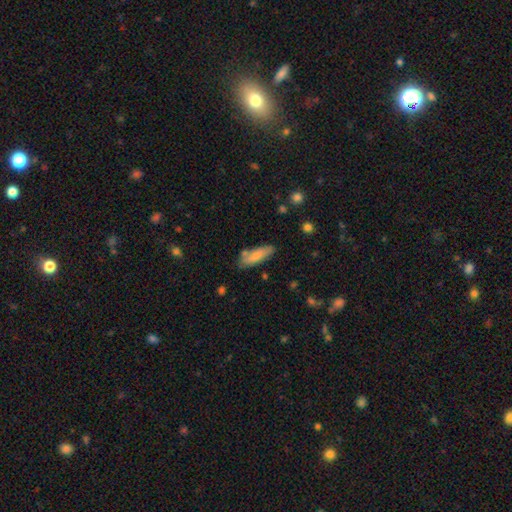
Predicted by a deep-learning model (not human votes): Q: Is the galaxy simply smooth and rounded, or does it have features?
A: smooth — 77%.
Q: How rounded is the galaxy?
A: in between — 52%.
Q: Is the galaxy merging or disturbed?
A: none — 72%.